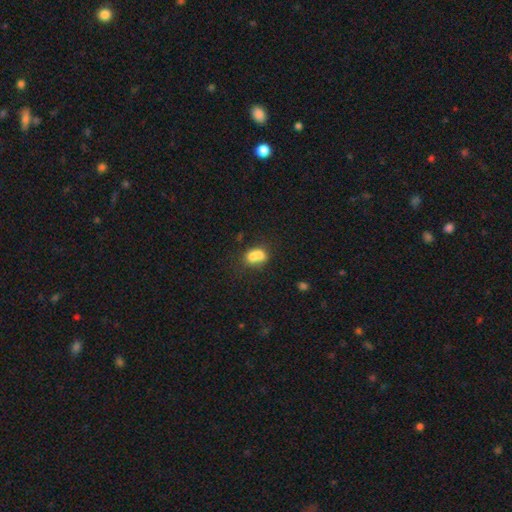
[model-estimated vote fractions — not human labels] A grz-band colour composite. It shows a smooth galaxy with no disk features (71%) that is in between round and cigar-shaped (60%). Merging: merger (57%).